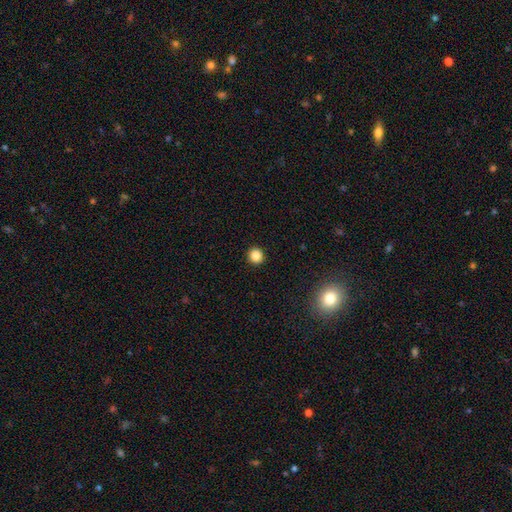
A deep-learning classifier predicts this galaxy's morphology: The model was most divided on "smooth or featured": smooth: 85%, star or artifact: 11%, featured or disk: 4%. More confident: how rounded — round (94%); merging — none (93%).